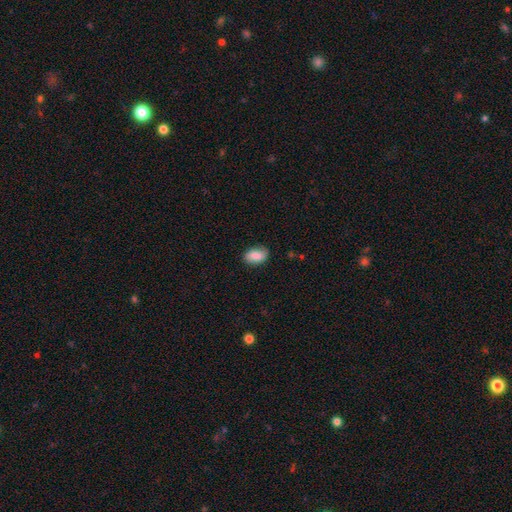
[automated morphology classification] type=smooth (84%); roundness=in between (89%); merging=none (81%).